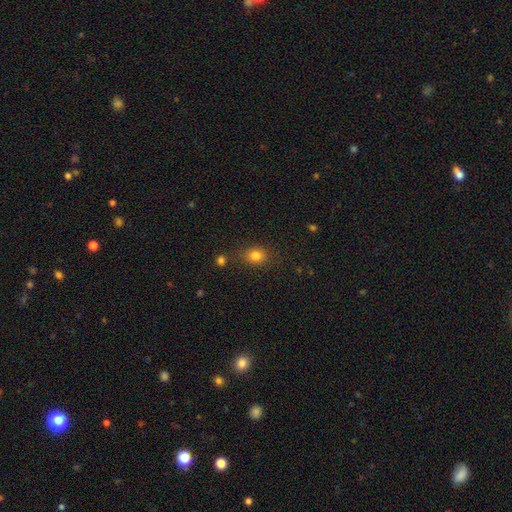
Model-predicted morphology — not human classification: smooth 81%, star or artifact 12%, featured or disk 7%. Down the decision tree: how rounded — round (53%); merging — none (78%).